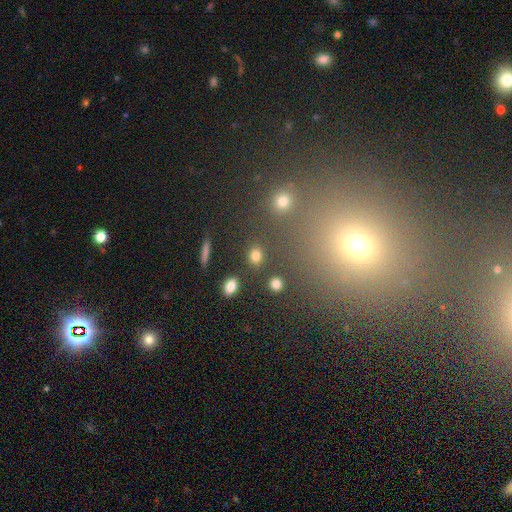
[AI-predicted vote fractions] Morphology: type=smooth (80%); roundness=round (50%); merging=none (83%).